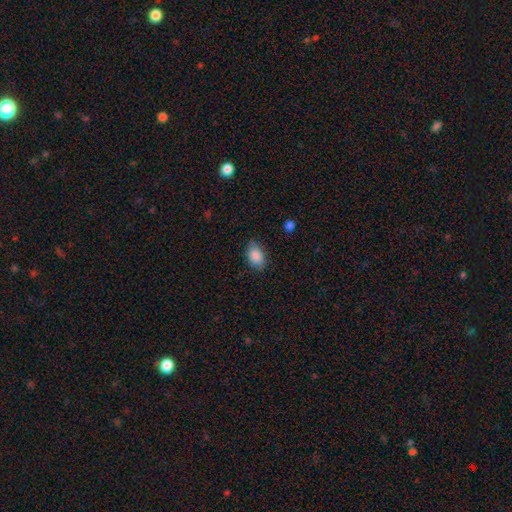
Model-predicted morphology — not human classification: smooth-or-featured: smooth: 87% | star or artifact: 7% | featured or disk: 6%
  how-rounded: in between: 90% | round: 8% | cigar-shaped: 2%
  merging: none: 81% | minor disturbance: 15% | major disturbance: 3% | merger: 1%